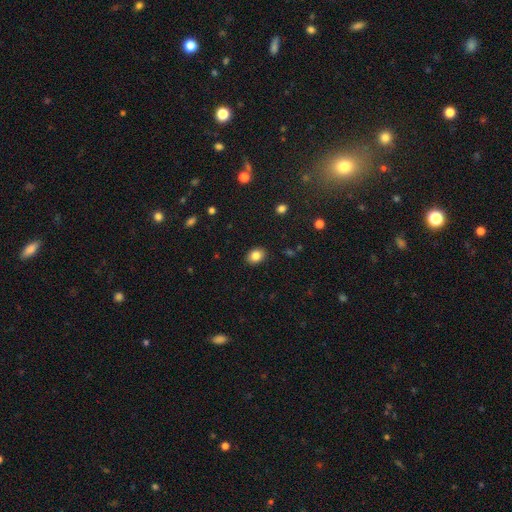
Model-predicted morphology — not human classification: Smooth or featured? smooth (84%)
How rounded? in between (65%)
Merging? none (88%)